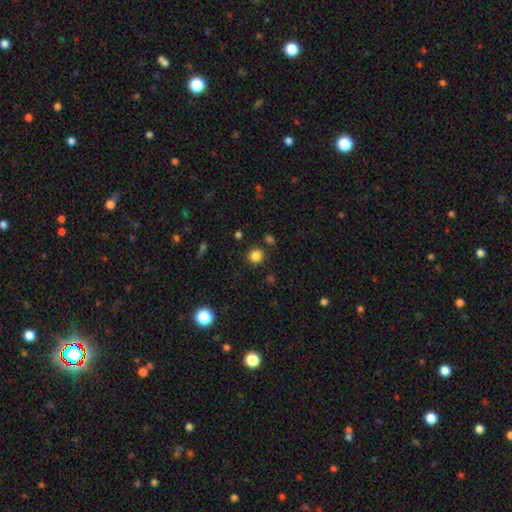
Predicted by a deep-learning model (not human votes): A smooth galaxy with no disk features (83%) that is round (90%).

Vote fractions:
- Smooth or featured? smooth: 83% / star or artifact: 13% / featured or disk: 4%
- How rounded? round: 90% / in between: 9% / cigar-shaped: 1%
- Merging? none: 88% / minor disturbance: 7% / merger: 3% / major disturbance: 2%